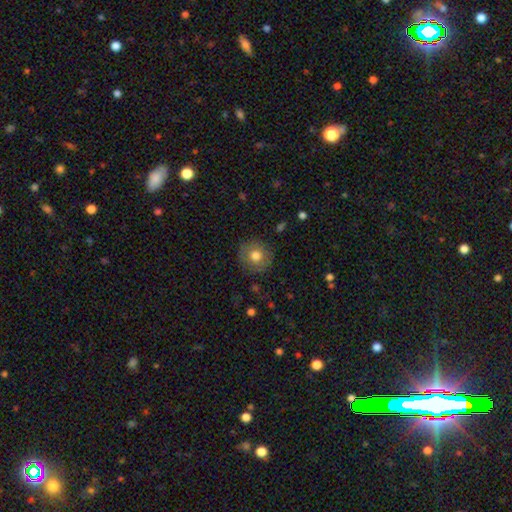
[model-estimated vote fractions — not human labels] A smooth galaxy with no disk features (75%) that is round (93%).

Vote fractions:
- Smooth or featured? smooth: 75% / featured or disk: 16% / star or artifact: 9%
- How rounded? round: 93% / in between: 6% / cigar-shaped: 1%
- Merging? none: 86% / minor disturbance: 9% / major disturbance: 3% / merger: 1%